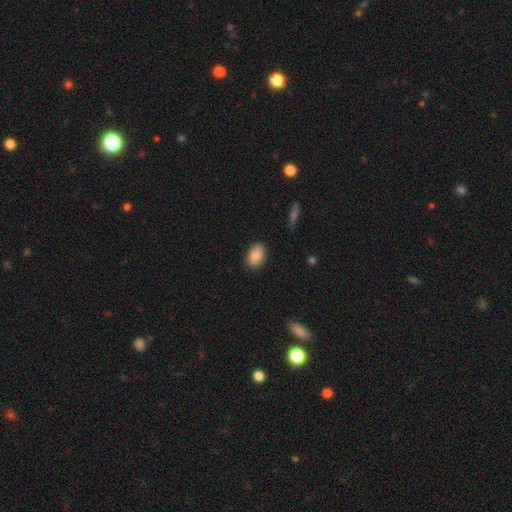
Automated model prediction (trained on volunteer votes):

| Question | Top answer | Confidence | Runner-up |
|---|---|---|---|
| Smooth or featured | smooth | 86% | star or artifact (7%) |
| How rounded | in between | 88% | round (11%) |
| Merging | none | 86% | minor disturbance (10%) |